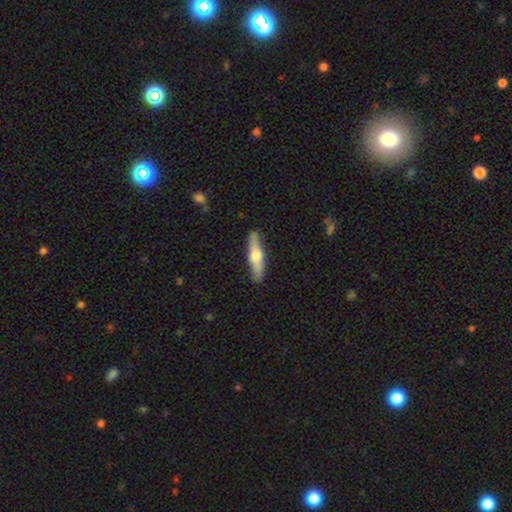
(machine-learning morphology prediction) Smooth or featured? Predicted: featured or disk (p=0.51). Edge-on disk? Predicted: yes (p=0.92). Merging? Predicted: none (p=0.88).